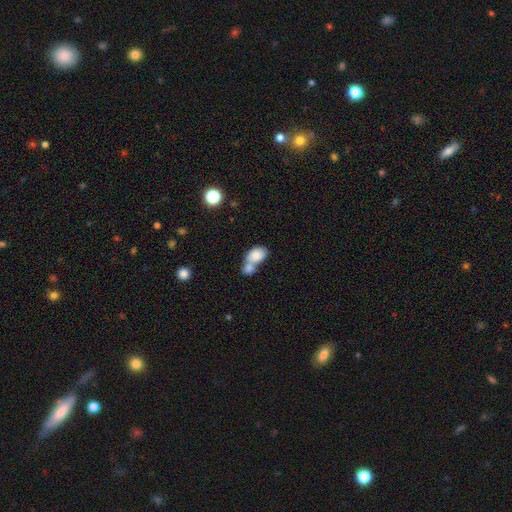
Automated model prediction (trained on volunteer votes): Smooth or featured?
  - smooth: 80% *
  - featured or disk: 13%
  - star or artifact: 7%
How rounded?
  - in between: 80% *
  - round: 18%
  - cigar-shaped: 2%
Merging?
  - merger: 68% *
  - none: 20%
  - minor disturbance: 8%
  - major disturbance: 4%